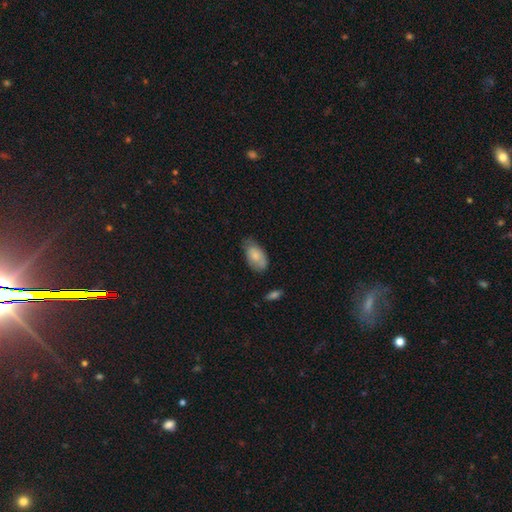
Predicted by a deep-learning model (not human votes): Q: Smooth or featured?
A: smooth (77%); runner-up: featured or disk (16%)
Q: How rounded?
A: in between (93%); runner-up: round (5%)
Q: Merging?
A: none (56%); runner-up: minor disturbance (34%)